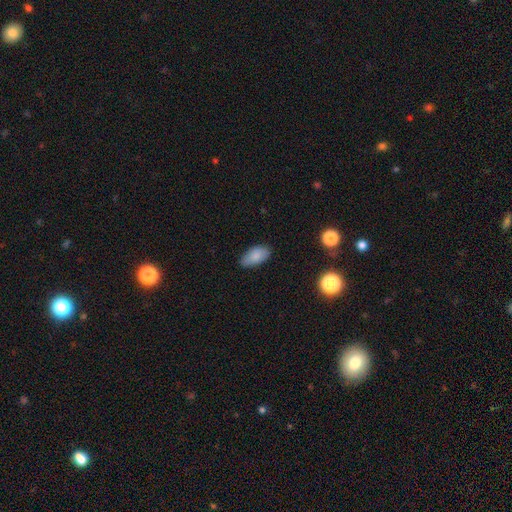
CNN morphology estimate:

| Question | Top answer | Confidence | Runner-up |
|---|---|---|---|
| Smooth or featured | smooth | 85% | star or artifact (8%) |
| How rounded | in between | 93% | cigar-shaped (4%) |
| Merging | none | 80% | minor disturbance (16%) |